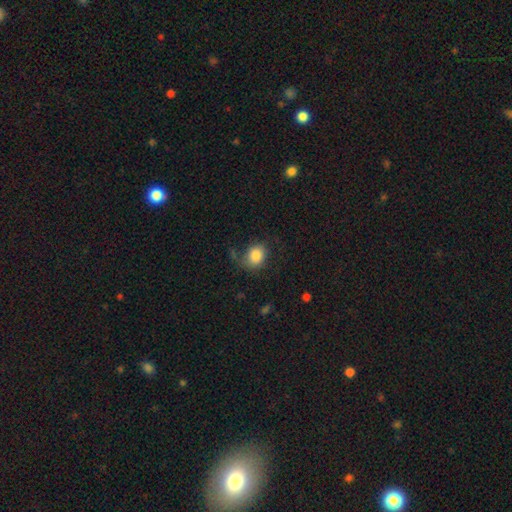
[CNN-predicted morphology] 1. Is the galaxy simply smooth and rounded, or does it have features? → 82% smooth, 10% featured or disk, 8% star or artifact.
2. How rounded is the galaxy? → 56% round, 43% in between, 1% cigar-shaped.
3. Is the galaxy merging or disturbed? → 59% none, 23% minor disturbance, 15% major disturbance, 4% merger.